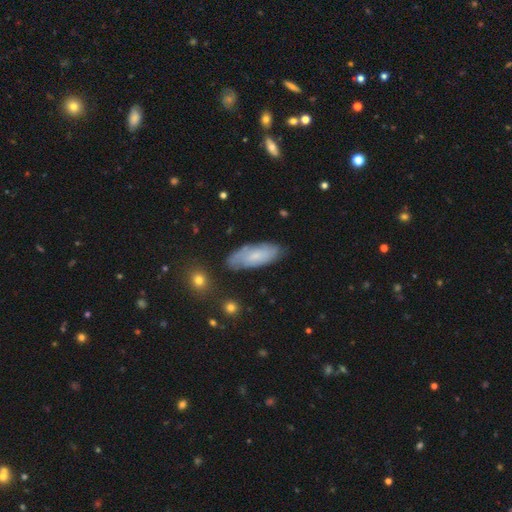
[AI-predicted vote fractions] smooth 51%, featured or disk 42%, star or artifact 8%. Down the decision tree: how rounded — in between (75%); merging — none (76%).